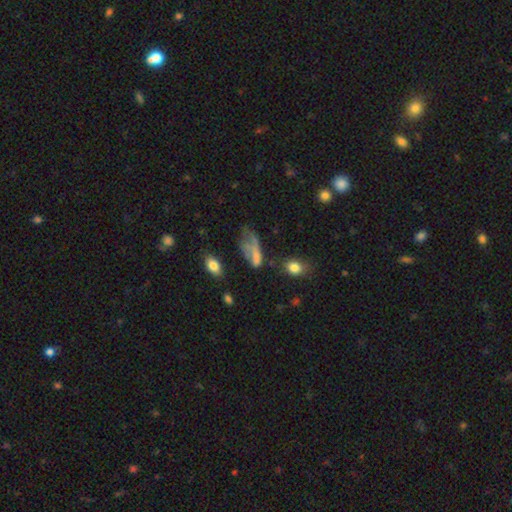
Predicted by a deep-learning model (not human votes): A smooth galaxy with no disk features (58%) that is in between round and cigar-shaped (76%).

Vote fractions:
- Smooth or featured? smooth: 58% / featured or disk: 28% / star or artifact: 14%
- How rounded? in between: 76% / cigar-shaped: 16% / round: 8%
- Merging? major disturbance: 44% / minor disturbance: 23% / none: 23% / merger: 10%